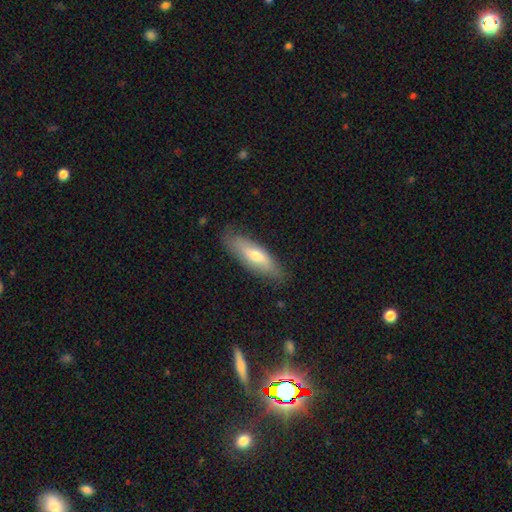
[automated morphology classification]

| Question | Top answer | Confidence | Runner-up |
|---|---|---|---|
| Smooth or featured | smooth | 59% | featured or disk (35%) |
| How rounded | in between | 51% | cigar-shaped (47%) |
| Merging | none | 79% | minor disturbance (16%) |